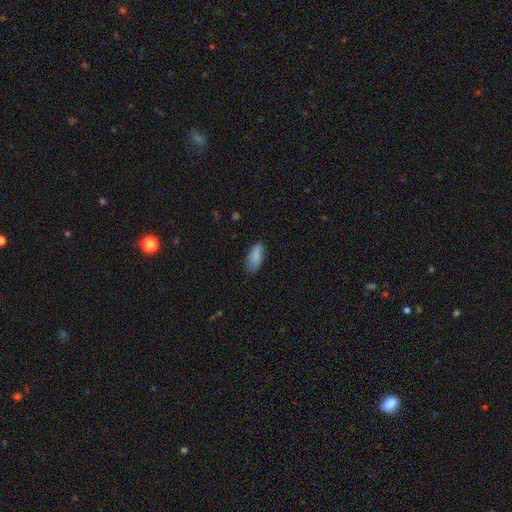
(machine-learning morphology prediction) A smooth galaxy with no disk features (88%) that is in between round and cigar-shaped (85%).

Vote fractions:
- Smooth or featured? smooth: 88% / star or artifact: 7% / featured or disk: 6%
- How rounded? in between: 85% / cigar-shaped: 13% / round: 2%
- Merging? none: 79% / minor disturbance: 17% / major disturbance: 3% / merger: 1%